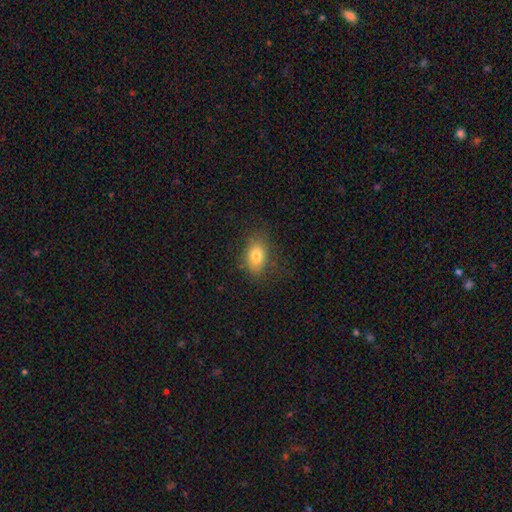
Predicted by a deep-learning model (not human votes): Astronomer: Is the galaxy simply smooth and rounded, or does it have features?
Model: smooth — 79%.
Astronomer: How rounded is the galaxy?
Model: in between — 81%.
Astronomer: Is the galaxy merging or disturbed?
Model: none — 76%.